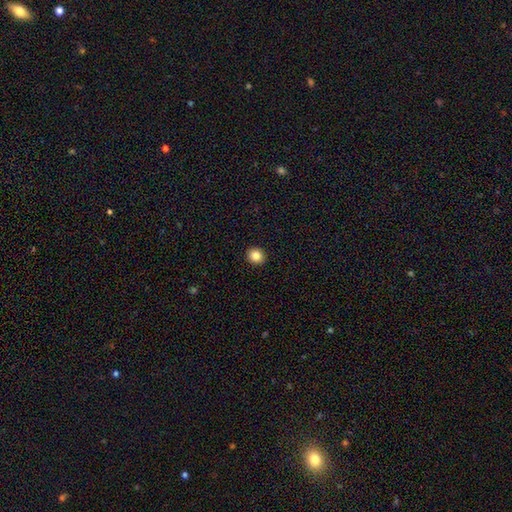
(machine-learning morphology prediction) smooth_or_featured: smooth (p=0.85) [alt: star or artifact p=0.10]
how_rounded: round (p=0.79) [alt: in between p=0.20]
merging: none (p=0.93) [alt: minor disturbance p=0.05]